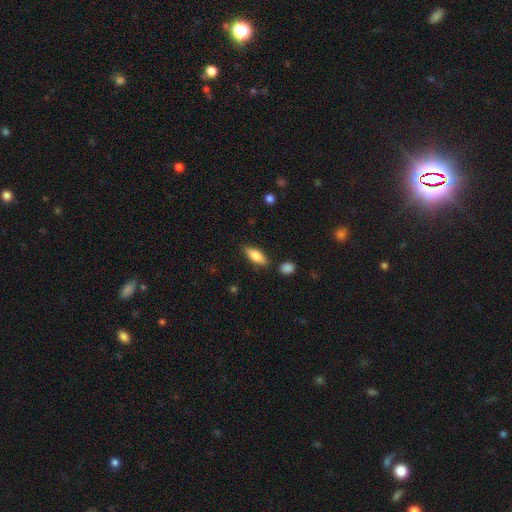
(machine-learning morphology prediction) smooth-or-featured: smooth: 73% | featured or disk: 21% | star or artifact: 6%
  how-rounded: in between: 67% | cigar-shaped: 30% | round: 3%
  merging: none: 82% | minor disturbance: 11% | merger: 4% | major disturbance: 3%